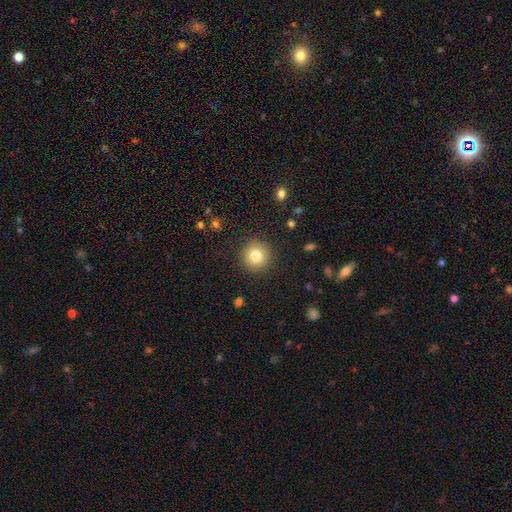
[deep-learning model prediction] Overall: smooth (81%). How rounded: round (94%). Merging: none (89%).